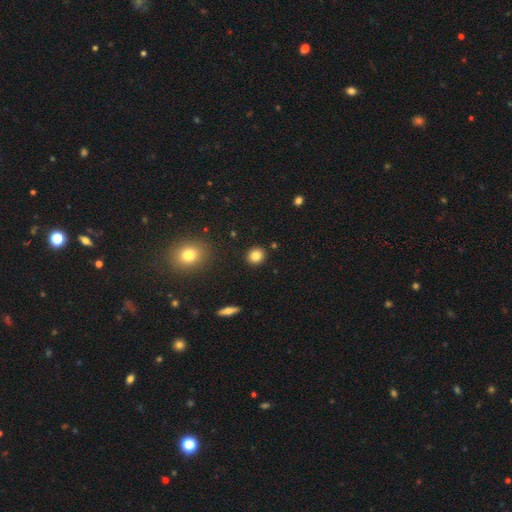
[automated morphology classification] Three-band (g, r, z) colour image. It shows a smooth galaxy with no disk features (83%) that is round (84%). Merging: none (90%).